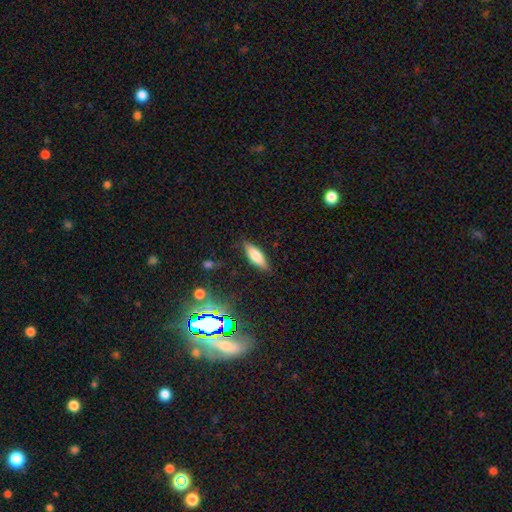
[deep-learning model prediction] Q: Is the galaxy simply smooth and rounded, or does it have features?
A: smooth — 74%.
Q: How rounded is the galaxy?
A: in between — 59%.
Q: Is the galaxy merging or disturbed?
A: none — 84%.